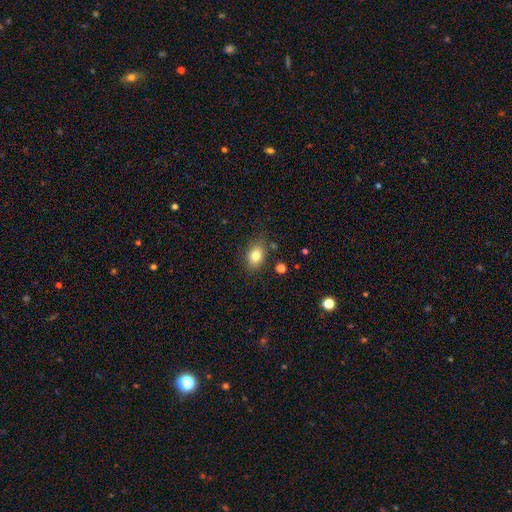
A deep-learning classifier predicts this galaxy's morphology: A smooth galaxy with no disk features (81%) that is in between round and cigar-shaped (81%).

Vote fractions:
- Smooth or featured? smooth: 81% / featured or disk: 10% / star or artifact: 9%
- How rounded? in between: 81% / round: 17% / cigar-shaped: 2%
- Merging? none: 79% / minor disturbance: 14% / major disturbance: 4% / merger: 3%